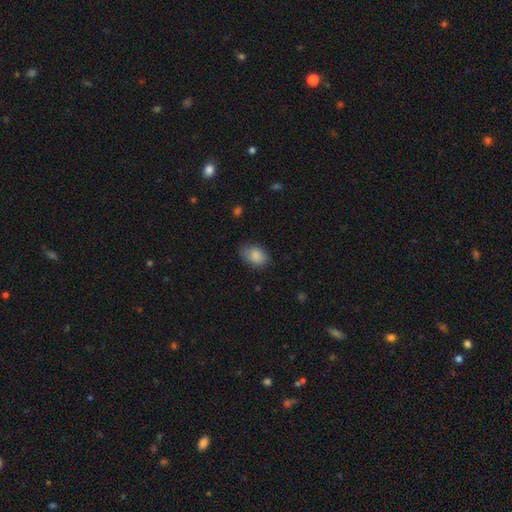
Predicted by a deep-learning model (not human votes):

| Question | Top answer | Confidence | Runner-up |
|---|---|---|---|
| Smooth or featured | smooth | 86% | star or artifact (7%) |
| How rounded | in between | 85% | round (14%) |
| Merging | none | 74% | minor disturbance (21%) |